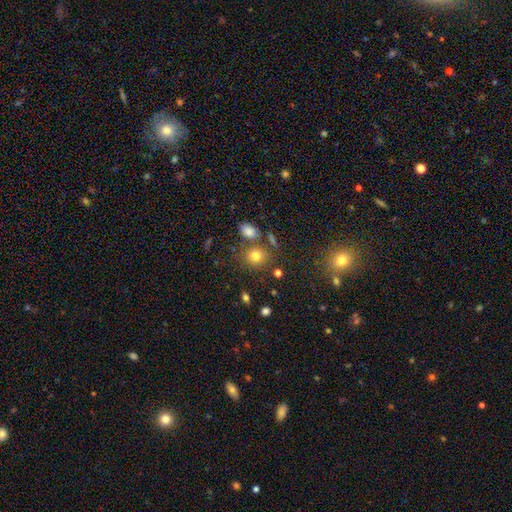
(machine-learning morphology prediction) A smooth galaxy with no disk features (76%) that is round (71%).

Vote fractions:
- Smooth or featured? smooth: 76% / star or artifact: 14% / featured or disk: 10%
- How rounded? round: 71% / in between: 28% / cigar-shaped: 1%
- Merging? none: 69% / merger: 14% / minor disturbance: 12% / major disturbance: 5%